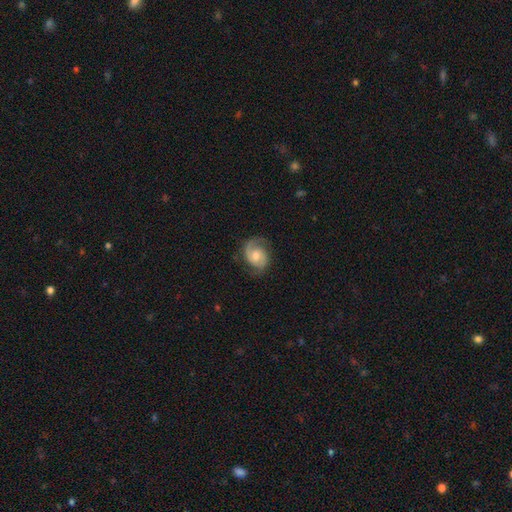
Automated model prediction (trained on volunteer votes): smooth_or_featured: featured or disk (p=0.81) [alt: smooth p=0.14]
disk_edge_on: no (p=0.98) [alt: yes p=0.02]
bar: no (p=0.53) [alt: weak p=0.41]
has_spiral_arms: yes (p=0.96) [alt: no p=0.04]
spiral_winding: medium (p=0.49) [alt: tight p=0.33]
spiral_arm_count: 2 (p=0.83) [alt: 1 p=0.10]
bulge_size: moderate (p=0.55) [alt: small p=0.30]
merging: none (p=0.74) [alt: minor disturbance p=0.18]